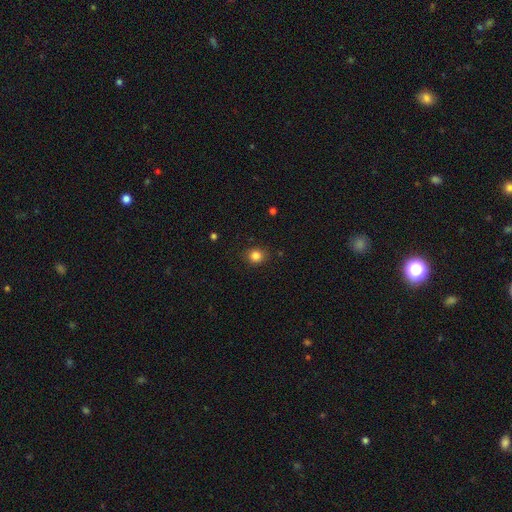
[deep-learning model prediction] Smooth or featured?
  - smooth: 84% *
  - star or artifact: 12%
  - featured or disk: 5%
How rounded?
  - round: 81% *
  - in between: 18%
  - cigar-shaped: 1%
Merging?
  - none: 87% *
  - minor disturbance: 9%
  - major disturbance: 2%
  - merger: 1%